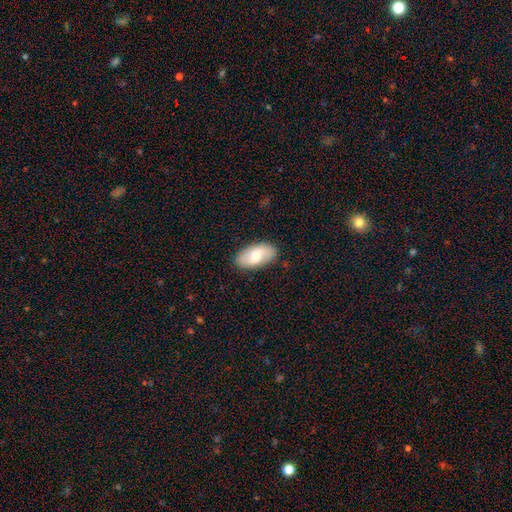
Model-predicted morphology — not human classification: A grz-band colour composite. It shows a smooth galaxy with no disk features (58%) that is in between round and cigar-shaped (94%). Merging: none (84%).